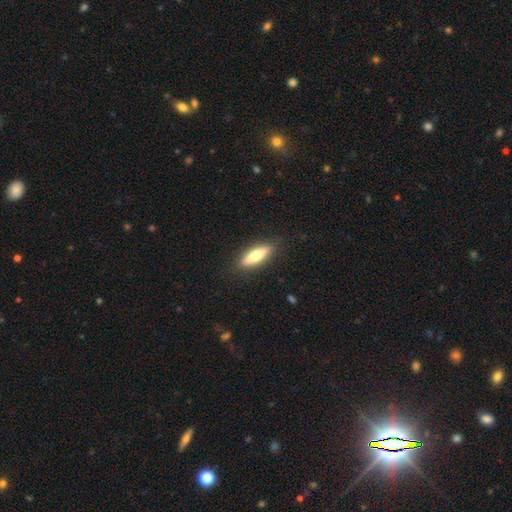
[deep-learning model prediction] Overall: smooth (66%; featured or disk 28%). How rounded: cigar-shaped (55%; in between 43%). Merging: none (88%).